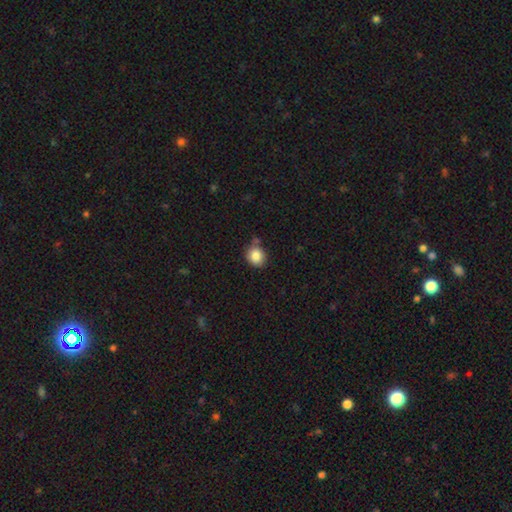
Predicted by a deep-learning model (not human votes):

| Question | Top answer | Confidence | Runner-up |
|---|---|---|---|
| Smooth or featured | smooth | 85% | star or artifact (9%) |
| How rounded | round | 75% | in between (24%) |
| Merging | none | 73% | minor disturbance (14%) |